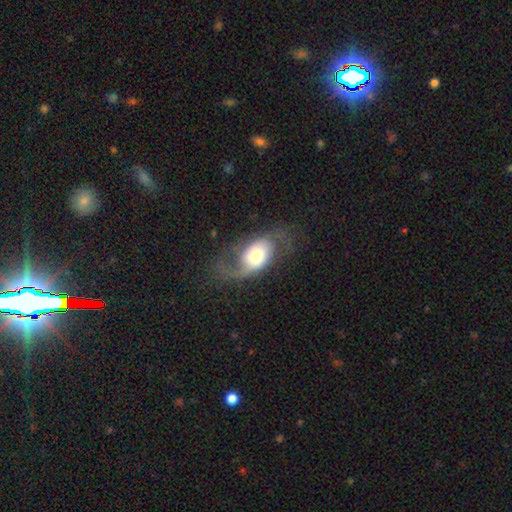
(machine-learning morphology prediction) Q: Smooth or featured?
A: featured or disk (65%); runner-up: smooth (28%)
Q: Edge-on disk?
A: no (94%); runner-up: yes (6%)
Q: Bar?
A: no (61%); runner-up: weak (28%)
Q: Spiral arms?
A: yes (84%); runner-up: no (16%)
Q: Spiral winding?
A: loose (62%); runner-up: medium (30%)
Q: Spiral arm count?
A: 2 (79%); runner-up: 1 (13%)
Q: Bulge size?
A: moderate (52%); runner-up: large (29%)
Q: Merging?
A: none (51%); runner-up: major disturbance (28%)